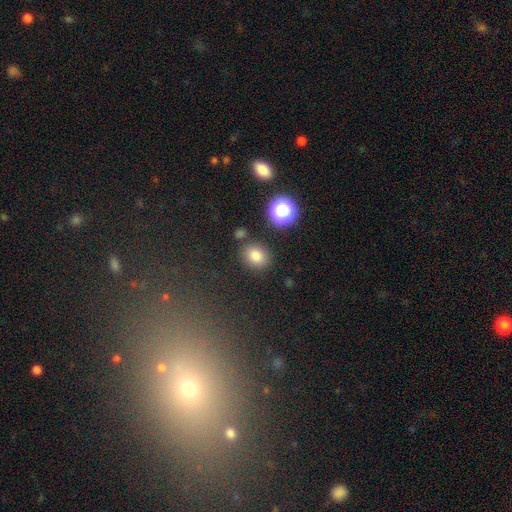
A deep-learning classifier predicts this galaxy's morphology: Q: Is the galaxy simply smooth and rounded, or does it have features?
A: smooth — 79%.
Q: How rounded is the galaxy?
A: round — 56%.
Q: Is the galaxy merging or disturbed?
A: none — 81%.